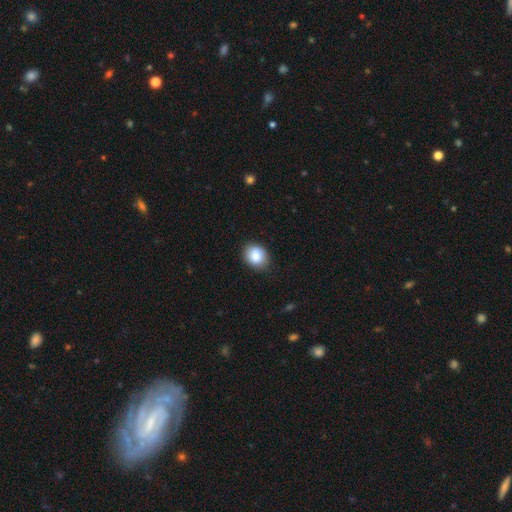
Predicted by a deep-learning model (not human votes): Q: Smooth or featured?
A: smooth (85%); runner-up: star or artifact (8%)
Q: How rounded?
A: in between (52%); runner-up: round (47%)
Q: Merging?
A: none (83%); runner-up: minor disturbance (13%)